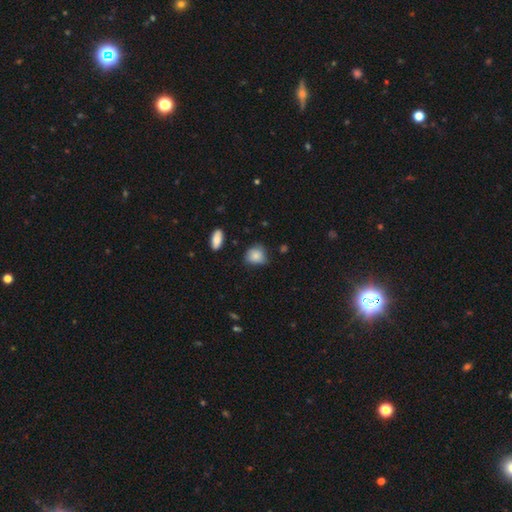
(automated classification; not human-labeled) smooth_or_featured: smooth (p=0.82) [alt: star or artifact p=0.09]
how_rounded: round (p=0.68) [alt: in between p=0.31]
merging: none (p=0.61) [alt: minor disturbance p=0.31]